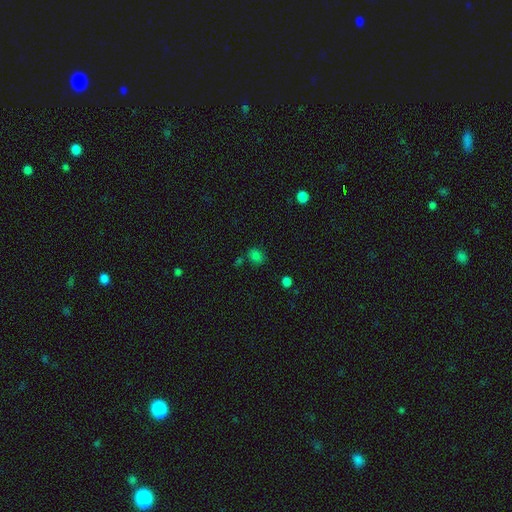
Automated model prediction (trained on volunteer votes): Smooth or featured? smooth (76%)
How rounded? round (51%)
Merging? none (73%)